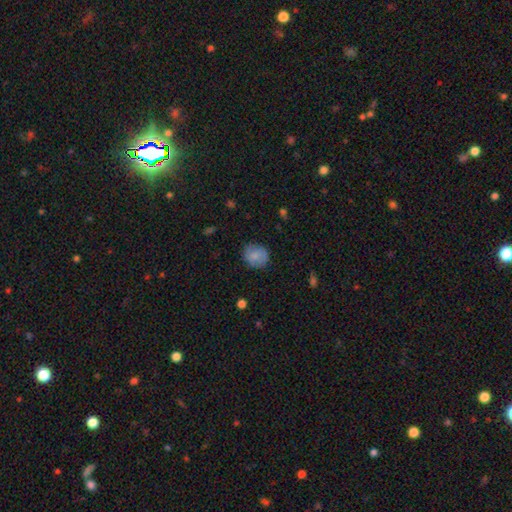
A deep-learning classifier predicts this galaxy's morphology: smooth 77%, featured or disk 15%, star or artifact 8%. Down the decision tree: how rounded — round (73%); merging — none (80%).